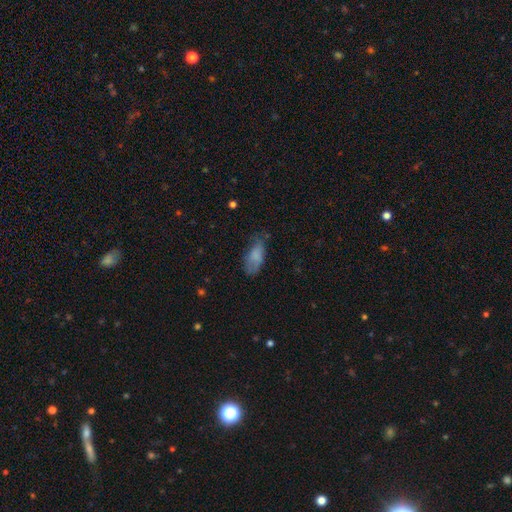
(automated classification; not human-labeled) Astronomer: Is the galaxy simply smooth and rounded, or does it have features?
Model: smooth — 79%.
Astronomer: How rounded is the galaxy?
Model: in between — 86%.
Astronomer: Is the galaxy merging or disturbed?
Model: none — 52% (runner-up: minor disturbance, 33%).